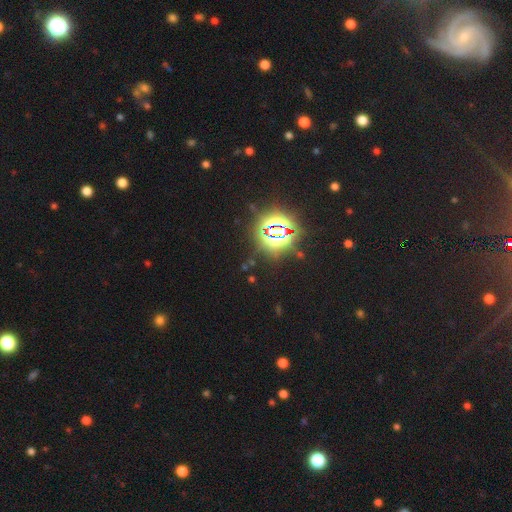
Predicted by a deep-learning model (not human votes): The model was most divided on "smooth or featured": star or artifact: 83%, smooth: 10%, featured or disk: 6%.